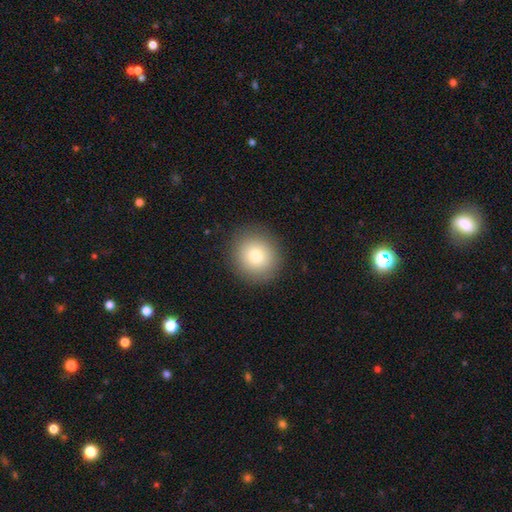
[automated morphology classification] This appears to be a smooth galaxy with no disk features (79%) that is round (90%). Merging: none (90%).